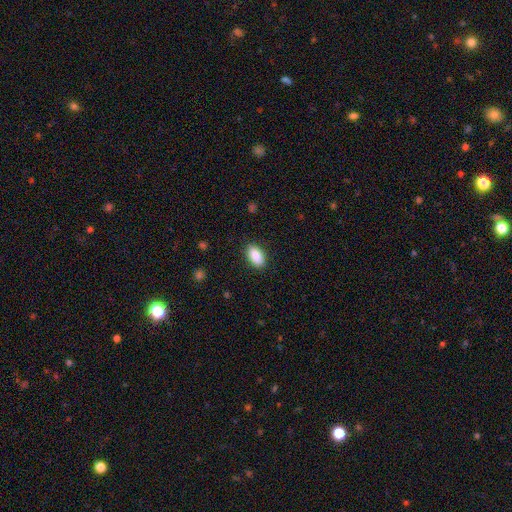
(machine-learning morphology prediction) Smooth or featured? Predicted: smooth (p=0.89). How rounded? Predicted: in between (p=0.93). Merging? Predicted: none (p=0.88).